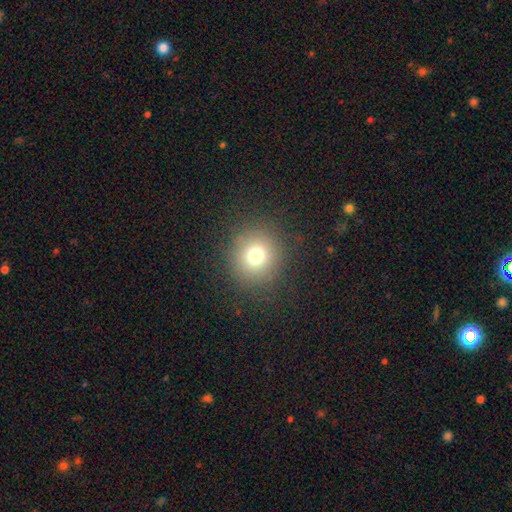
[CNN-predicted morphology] Q: Smooth or featured?
A: smooth (75%); runner-up: star or artifact (16%)
Q: How rounded?
A: round (93%); runner-up: in between (6%)
Q: Merging?
A: none (88%); runner-up: minor disturbance (7%)